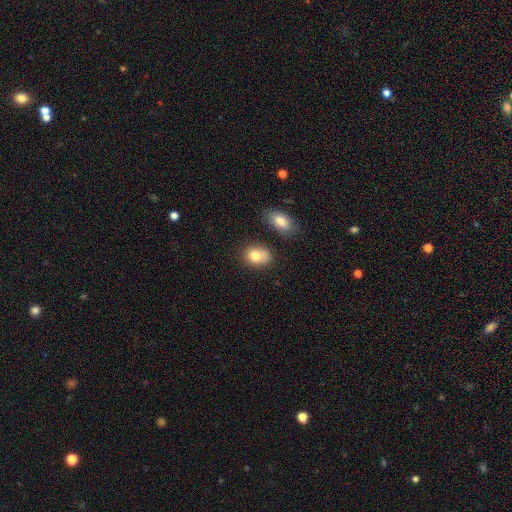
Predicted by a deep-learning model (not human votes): This is likely a smooth galaxy (79%). How rounded: likely in between (61%). Merging: likely none (61%).